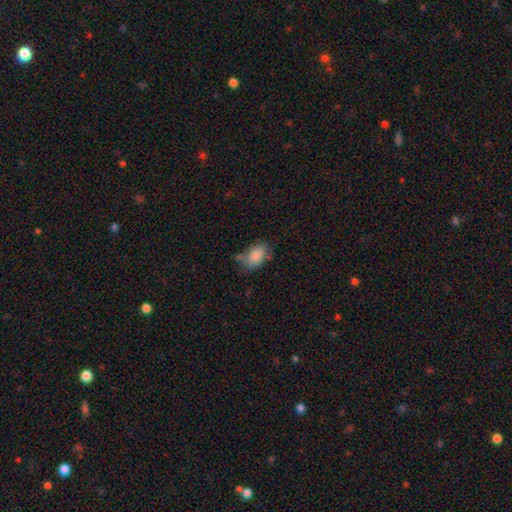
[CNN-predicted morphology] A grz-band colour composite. It shows a smooth galaxy with no disk features (86%) that is in between round and cigar-shaped (90%). Merging: none (65%).